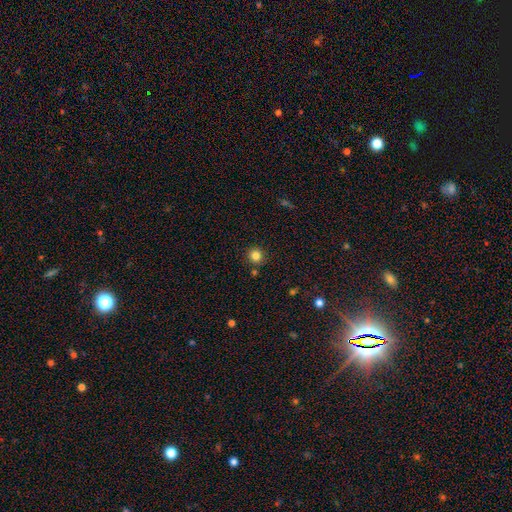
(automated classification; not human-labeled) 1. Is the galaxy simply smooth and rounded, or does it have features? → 82% smooth, 13% star or artifact, 5% featured or disk.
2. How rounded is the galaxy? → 93% round, 6% in between, 1% cigar-shaped.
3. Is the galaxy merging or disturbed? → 87% none, 7% minor disturbance, 4% merger, 2% major disturbance.